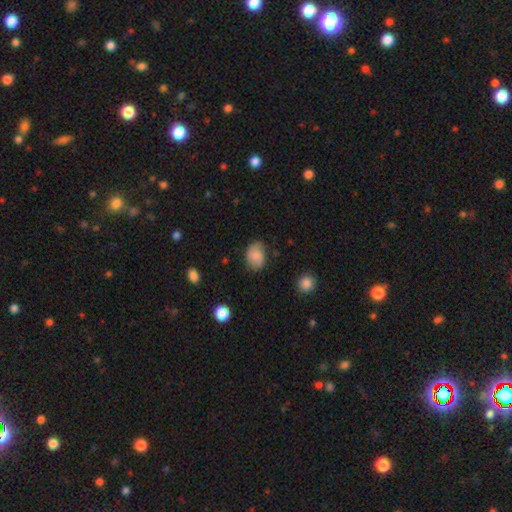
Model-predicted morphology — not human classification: smooth_or_featured: smooth (p=0.77) [alt: featured or disk p=0.15]
how_rounded: in between (p=0.72) [alt: round p=0.27]
merging: none (p=0.72) [alt: minor disturbance p=0.22]